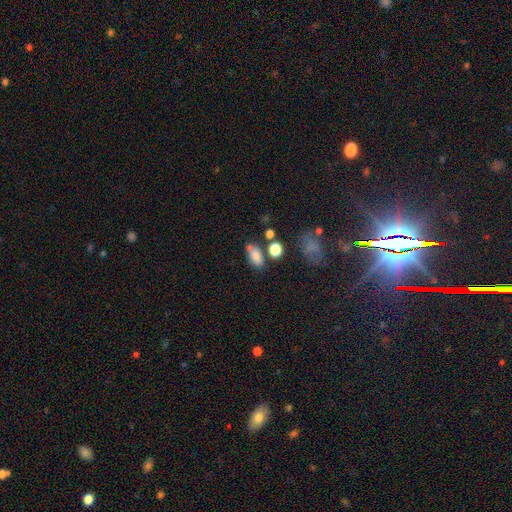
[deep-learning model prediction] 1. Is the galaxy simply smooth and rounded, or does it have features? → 79% smooth, 11% star or artifact, 10% featured or disk.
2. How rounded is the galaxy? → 85% in between, 11% round, 4% cigar-shaped.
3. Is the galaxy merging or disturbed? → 59% none, 18% merger, 16% minor disturbance, 6% major disturbance.